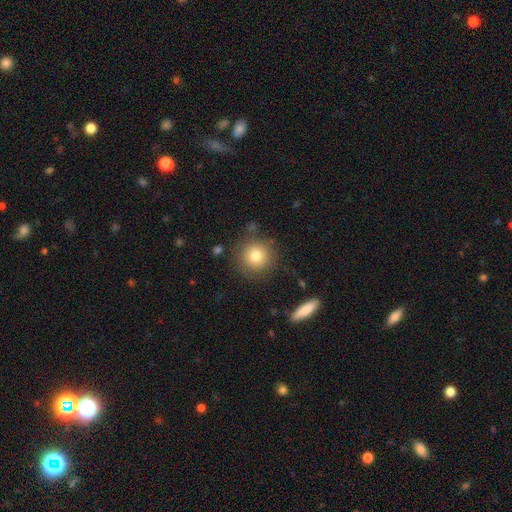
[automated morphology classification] Smooth or featured? smooth (78%)
How rounded? round (94%)
Merging? none (82%)